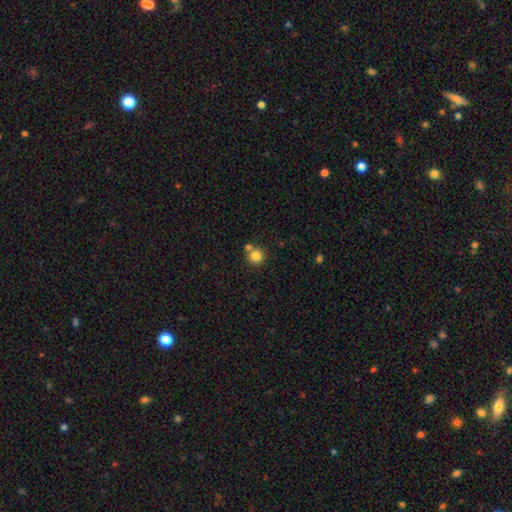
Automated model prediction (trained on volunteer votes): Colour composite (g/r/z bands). It shows a smooth galaxy with no disk features (81%) that is round (93%). Merging: none (64%).